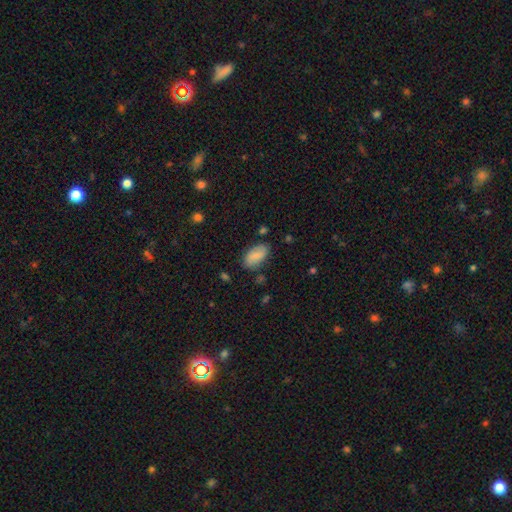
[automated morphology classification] Smooth or featured? Predicted: smooth (p=0.78). How rounded? Predicted: in between (p=0.93). Merging? Predicted: none (p=0.77).